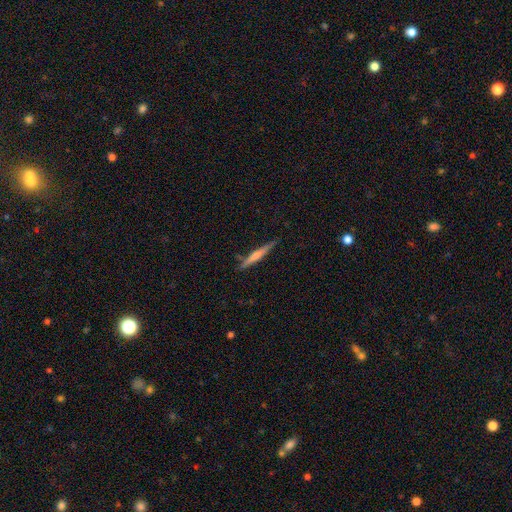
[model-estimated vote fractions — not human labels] featured or disk 50%, smooth 44%, star or artifact 6%. Down the decision tree: edge-on disk — yes (97%); merging — none (84%).